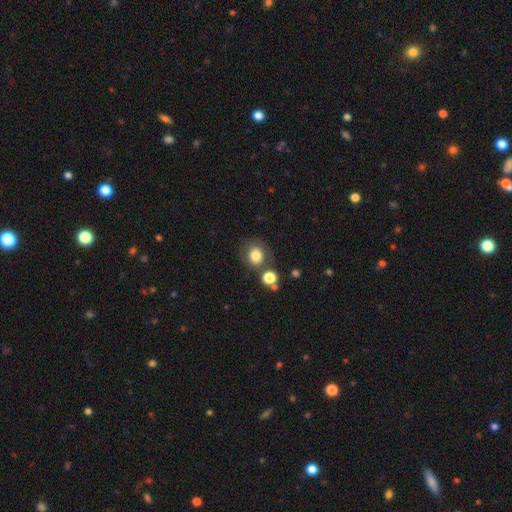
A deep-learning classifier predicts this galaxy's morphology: This appears to be a smooth galaxy with no disk features (77%) that is round (78%). Merging: none (68%).